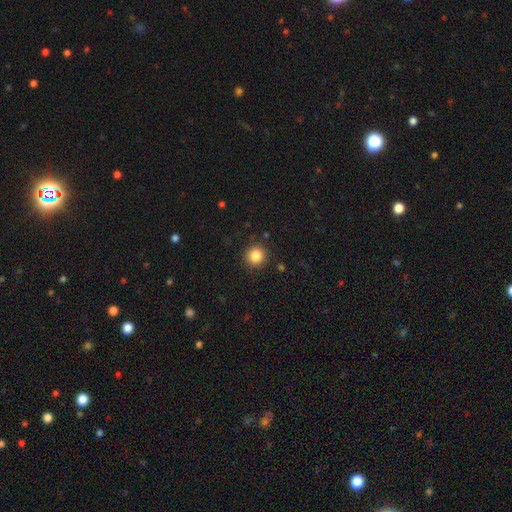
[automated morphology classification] Smooth or featured: smooth — 85% (star or artifact — 10%)
How rounded: round — 93% (in between — 6%)
Merging: none — 89% (minor disturbance — 7%)